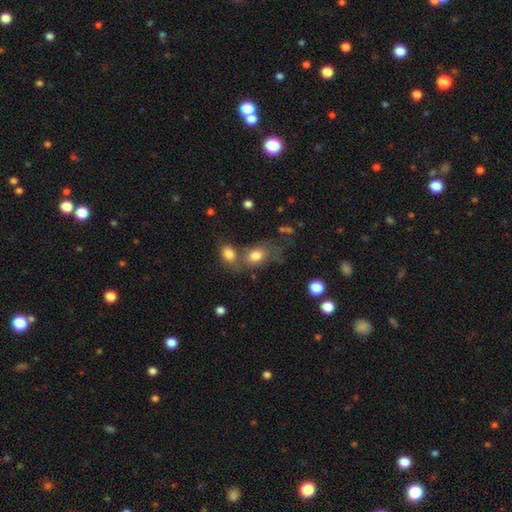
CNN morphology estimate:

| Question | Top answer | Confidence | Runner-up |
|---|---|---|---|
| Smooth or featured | smooth | 78% | featured or disk (14%) |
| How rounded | in between | 80% | round (18%) |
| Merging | none | 41% | merger (33%) |